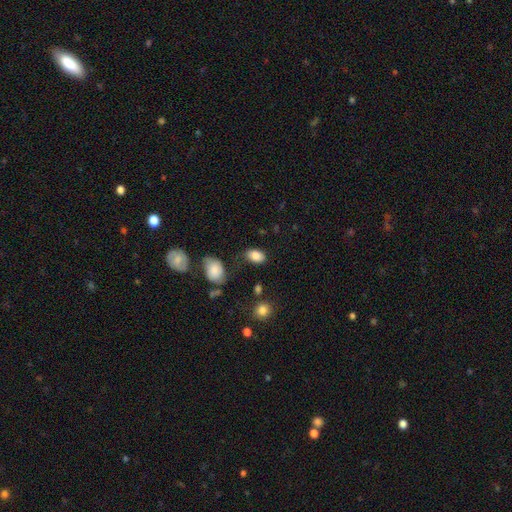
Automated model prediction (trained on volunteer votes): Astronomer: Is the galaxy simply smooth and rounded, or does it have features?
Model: smooth — 85%.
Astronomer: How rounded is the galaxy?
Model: in between — 86%.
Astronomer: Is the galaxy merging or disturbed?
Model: none — 69%.